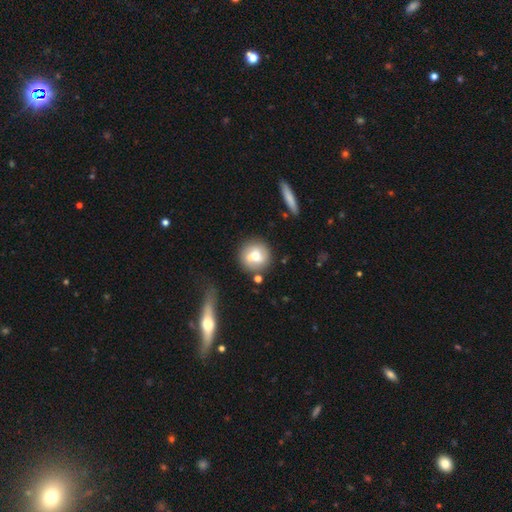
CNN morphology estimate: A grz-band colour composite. It shows a smooth galaxy with no disk features (65%) that is round (87%). Merging: none (56%).